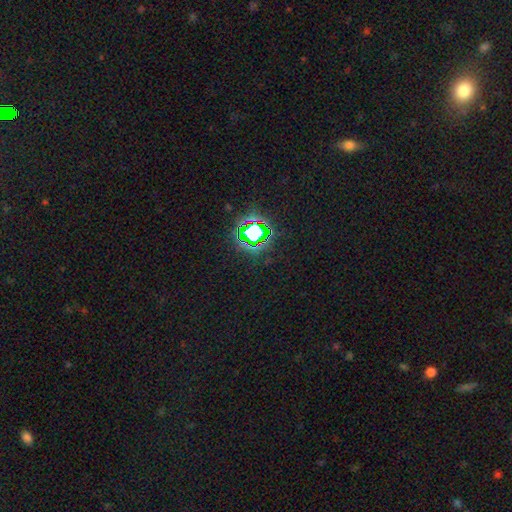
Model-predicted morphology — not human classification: A star or artifact, not a galaxy (81%).